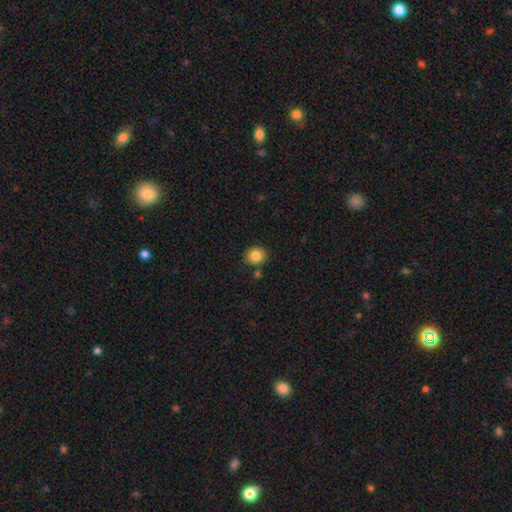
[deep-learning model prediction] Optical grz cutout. It shows a smooth galaxy with no disk features (84%) that is round (73%). Merging: none (84%).